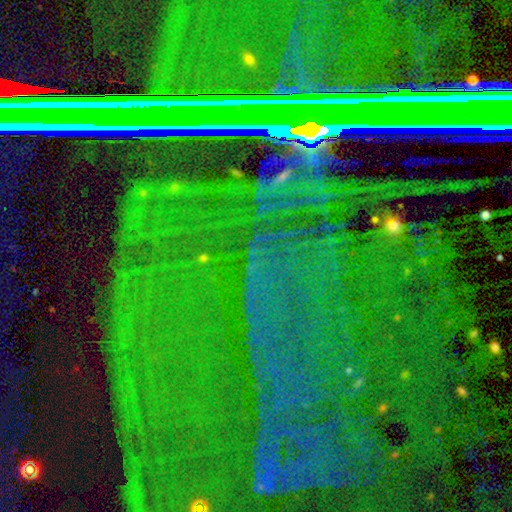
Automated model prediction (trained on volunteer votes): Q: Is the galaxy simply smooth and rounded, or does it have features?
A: star or artifact — 87%.